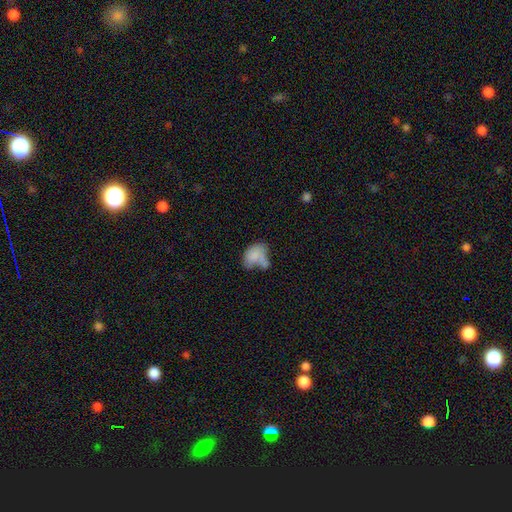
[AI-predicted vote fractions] Overall: smooth (73%). How rounded: in between (81%). Merging: merger (34%; none 25%).